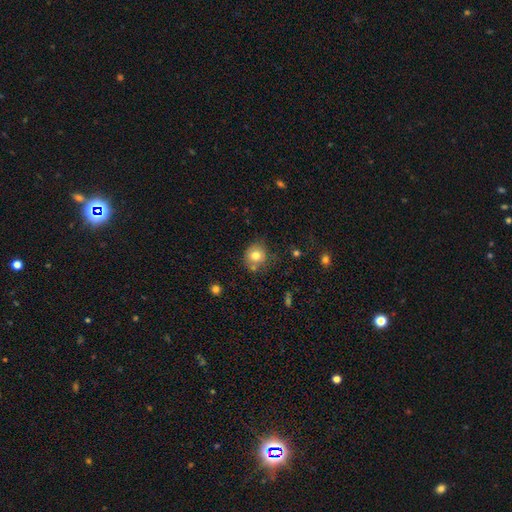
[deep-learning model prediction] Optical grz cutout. It shows a smooth galaxy with no disk features (78%) that is round (84%). Merging: none (68%).